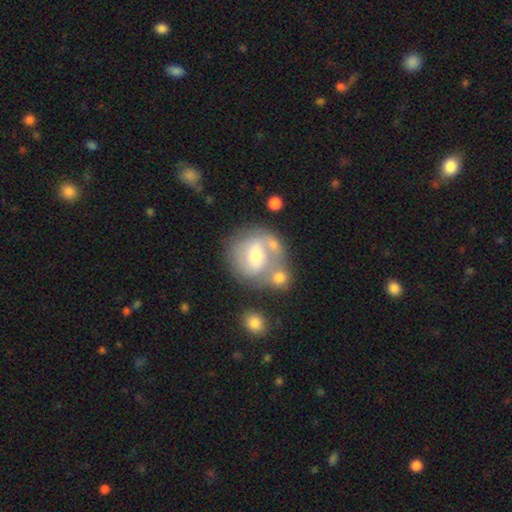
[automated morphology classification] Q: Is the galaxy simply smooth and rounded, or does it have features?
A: featured or disk — 52%.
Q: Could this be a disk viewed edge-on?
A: no — 97%.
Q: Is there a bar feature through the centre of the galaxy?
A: weak — 45%.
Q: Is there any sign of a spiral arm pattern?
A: yes — 63%.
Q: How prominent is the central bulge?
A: moderate — 60%.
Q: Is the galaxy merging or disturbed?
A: none — 40%.